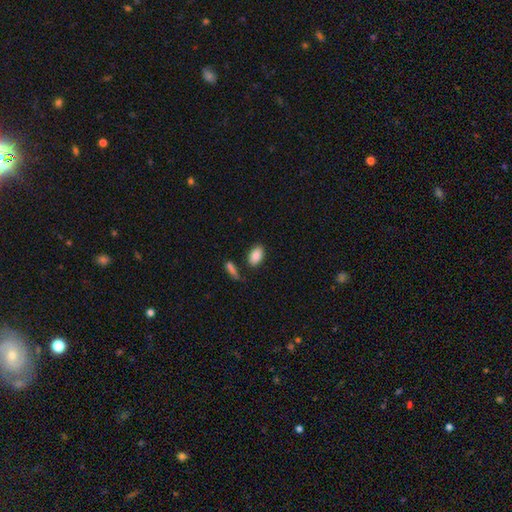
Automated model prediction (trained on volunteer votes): This appears to be a smooth galaxy with no disk features (88%) that is in between round and cigar-shaped (92%). Merging: none (80%).